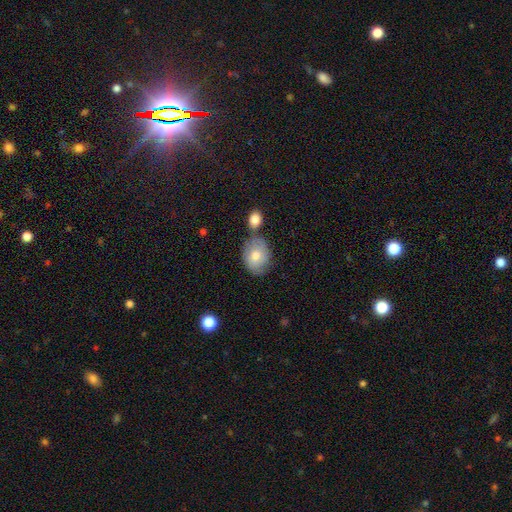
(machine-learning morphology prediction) A smooth galaxy with no disk features (70%) that is in between round and cigar-shaped (62%).

Vote fractions:
- Smooth or featured? smooth: 70% / featured or disk: 23% / star or artifact: 7%
- How rounded? in between: 62% / round: 37% / cigar-shaped: 1%
- Merging? none: 55% / merger: 21% / minor disturbance: 20% / major disturbance: 5%